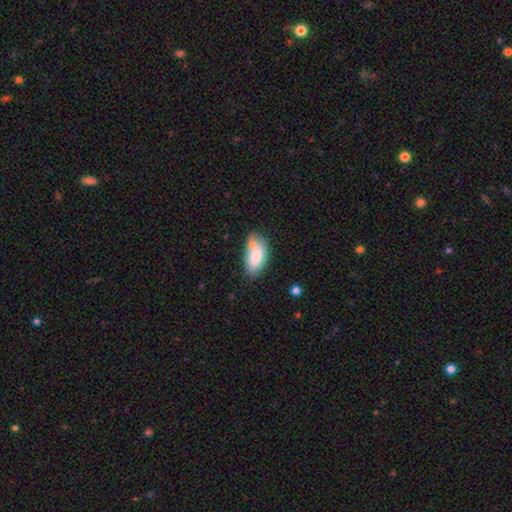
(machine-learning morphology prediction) Smooth or featured?
  - smooth: 79% *
  - featured or disk: 14%
  - star or artifact: 7%
How rounded?
  - in between: 92% *
  - cigar-shaped: 5%
  - round: 3%
Merging?
  - none: 54% *
  - minor disturbance: 25%
  - merger: 14%
  - major disturbance: 7%